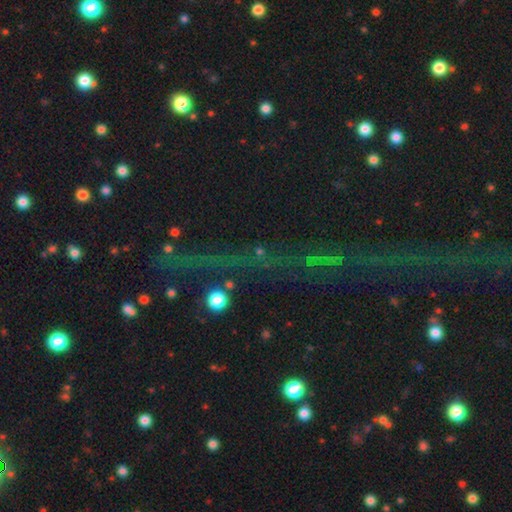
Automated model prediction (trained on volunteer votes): A star or artifact, not a galaxy (71%).